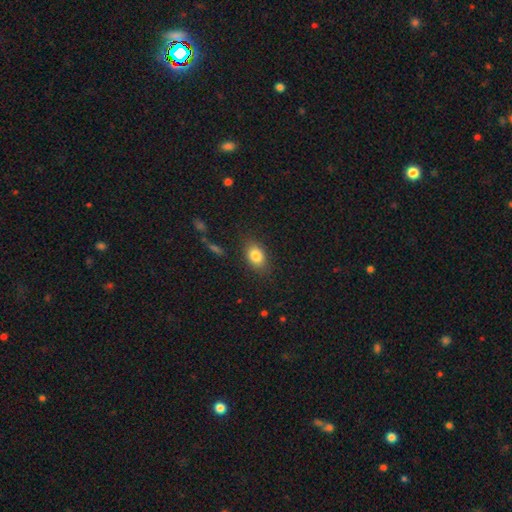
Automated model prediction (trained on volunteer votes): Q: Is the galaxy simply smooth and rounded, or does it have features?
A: smooth — 83%.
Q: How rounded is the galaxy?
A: in between — 80%.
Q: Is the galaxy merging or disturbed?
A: none — 83%.